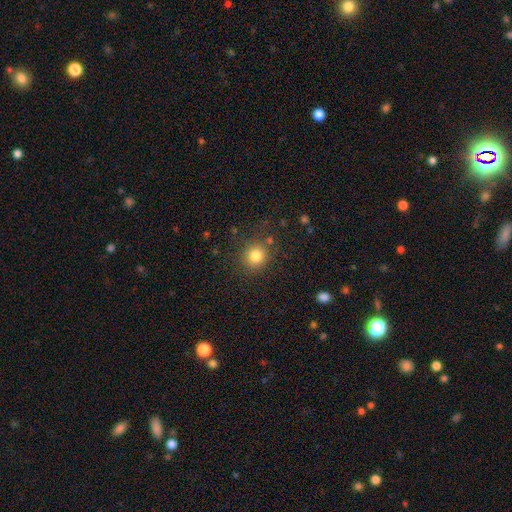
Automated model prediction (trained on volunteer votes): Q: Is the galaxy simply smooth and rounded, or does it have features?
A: smooth — 81%.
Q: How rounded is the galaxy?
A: round — 88%.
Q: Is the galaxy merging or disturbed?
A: none — 81%.